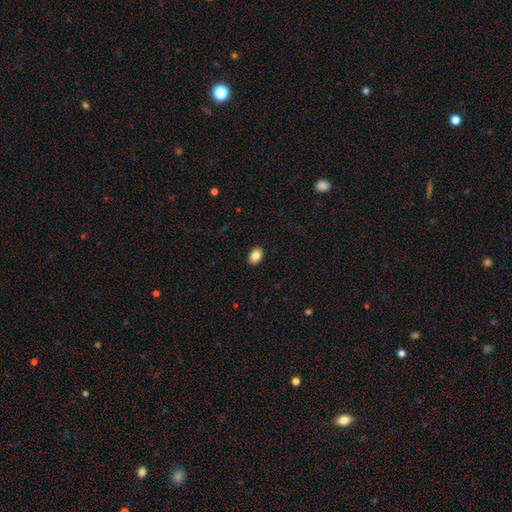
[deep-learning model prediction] A smooth galaxy with no disk features (86%) that is in between round and cigar-shaped (83%). Merging: none (90%).